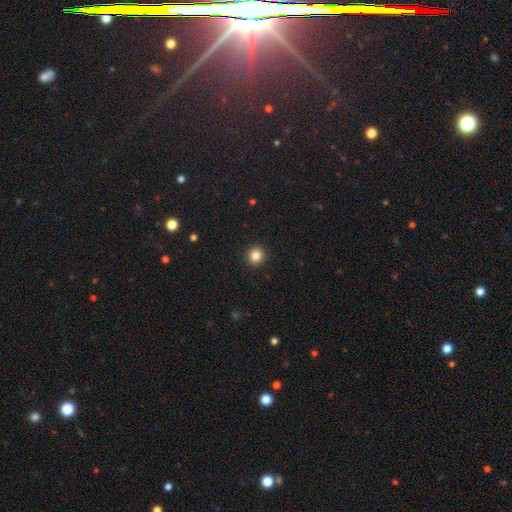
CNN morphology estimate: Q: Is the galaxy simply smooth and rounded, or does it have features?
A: smooth — 85%.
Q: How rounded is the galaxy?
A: round — 91%.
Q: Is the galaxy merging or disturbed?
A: none — 92%.